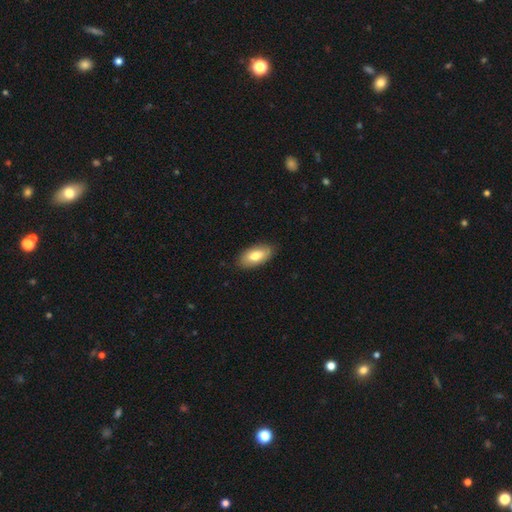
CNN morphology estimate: smooth-or-featured: smooth: 77% | featured or disk: 17% | star or artifact: 6%
  how-rounded: in between: 92% | cigar-shaped: 6% | round: 3%
  merging: none: 86% | minor disturbance: 11% | major disturbance: 2% | merger: 1%